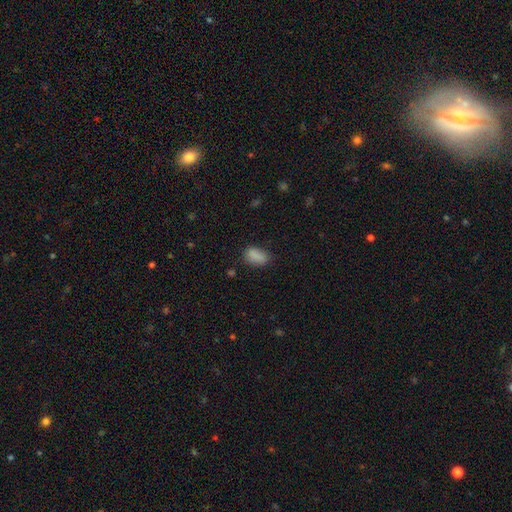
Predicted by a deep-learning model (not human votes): Morphology: type=smooth (86%); roundness=in between (89%); merging=none (71%).